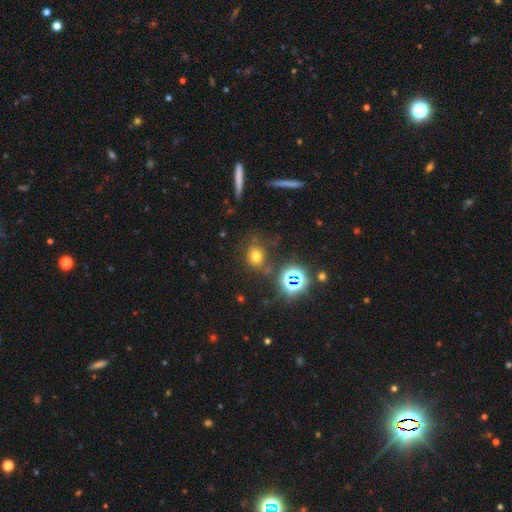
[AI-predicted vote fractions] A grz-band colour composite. It shows a smooth galaxy with no disk features (64%) that is round (65%). Merging: none (70%).